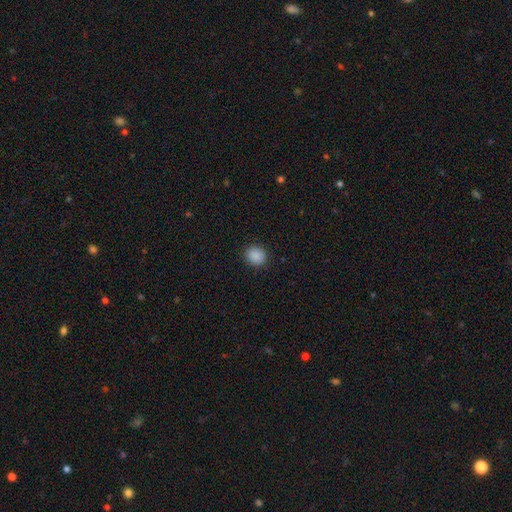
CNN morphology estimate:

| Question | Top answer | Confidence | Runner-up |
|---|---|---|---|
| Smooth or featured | smooth | 89% | star or artifact (9%) |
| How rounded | round | 78% | in between (21%) |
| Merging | none | 91% | minor disturbance (6%) |